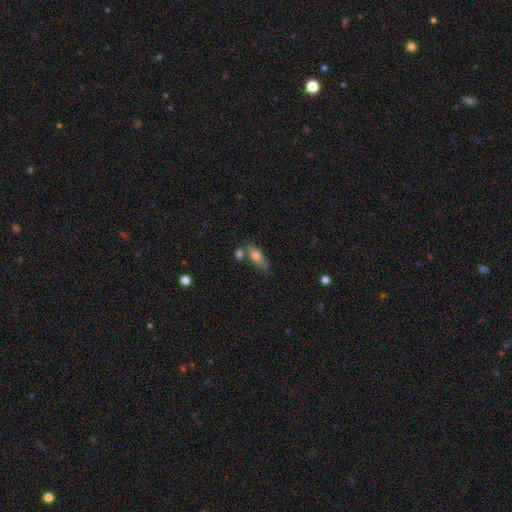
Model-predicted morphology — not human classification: smooth-or-featured: smooth: 72% | featured or disk: 21% | star or artifact: 7%
  how-rounded: in between: 72% | cigar-shaped: 25% | round: 3%
  merging: none: 59% | merger: 19% | minor disturbance: 17% | major disturbance: 5%